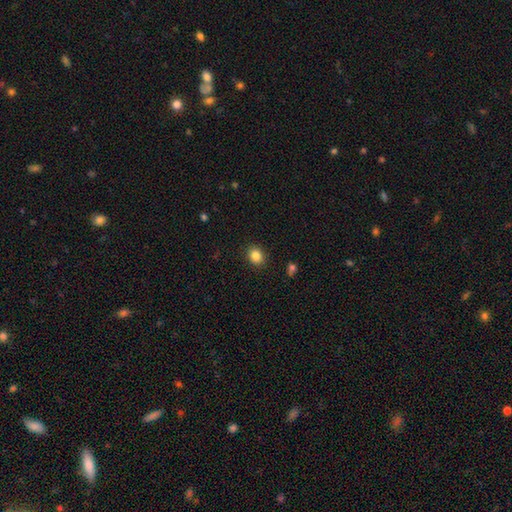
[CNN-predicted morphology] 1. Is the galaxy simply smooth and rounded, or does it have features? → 85% smooth, 10% star or artifact, 5% featured or disk.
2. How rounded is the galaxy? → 61% round, 38% in between, 1% cigar-shaped.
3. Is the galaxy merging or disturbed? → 90% none, 7% minor disturbance, 2% major disturbance, 1% merger.